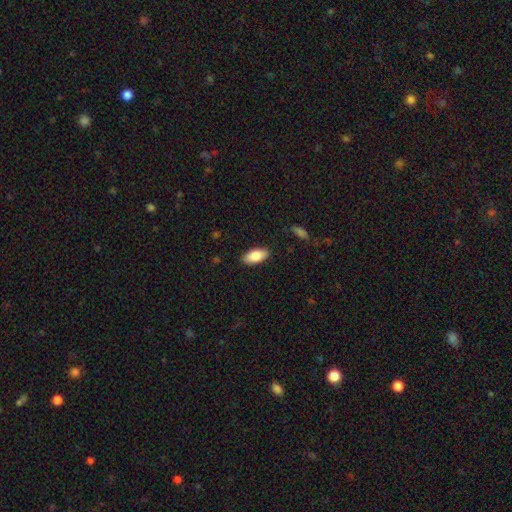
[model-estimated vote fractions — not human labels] smooth_or_featured: smooth (p=0.84) [alt: featured or disk p=0.10]
how_rounded: in between (p=0.90) [alt: cigar-shaped p=0.07]
merging: none (p=0.87) [alt: minor disturbance p=0.10]